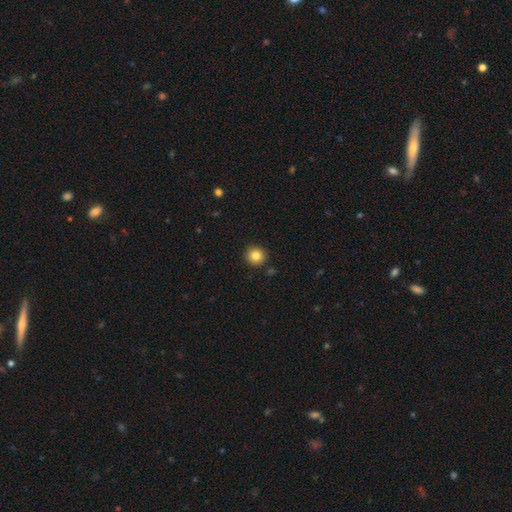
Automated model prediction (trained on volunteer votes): smooth-or-featured: smooth: 83% | star or artifact: 10% | featured or disk: 6%
  how-rounded: round: 94% | in between: 5% | cigar-shaped: 1%
  merging: none: 92% | minor disturbance: 5% | major disturbance: 2% | merger: 2%